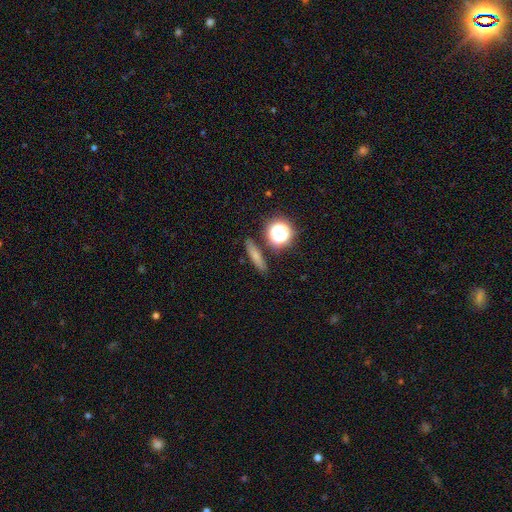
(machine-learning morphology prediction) Smooth or featured? Predicted: smooth (p=0.66). How rounded? Predicted: cigar-shaped (p=0.65). Merging? Predicted: none (p=0.85).